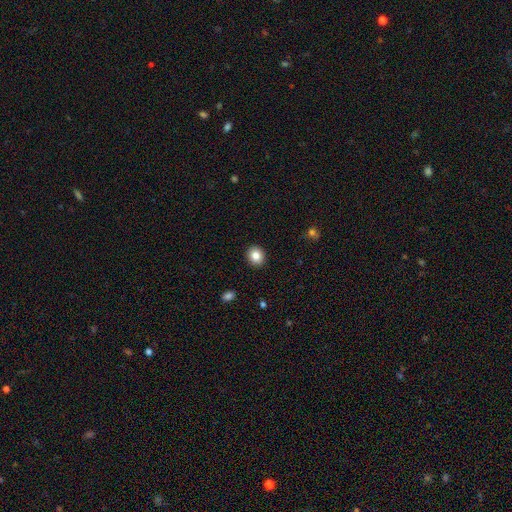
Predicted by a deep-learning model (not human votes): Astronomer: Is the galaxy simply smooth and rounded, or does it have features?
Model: smooth — 84%.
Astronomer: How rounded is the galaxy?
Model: round — 72%.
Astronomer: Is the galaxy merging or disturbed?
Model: none — 92%.